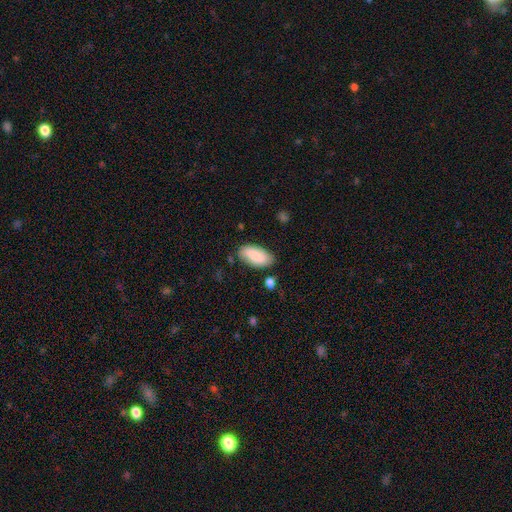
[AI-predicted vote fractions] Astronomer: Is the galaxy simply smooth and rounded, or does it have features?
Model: smooth — 84%.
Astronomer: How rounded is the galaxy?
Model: in between — 92%.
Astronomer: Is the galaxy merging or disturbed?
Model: none — 76%.